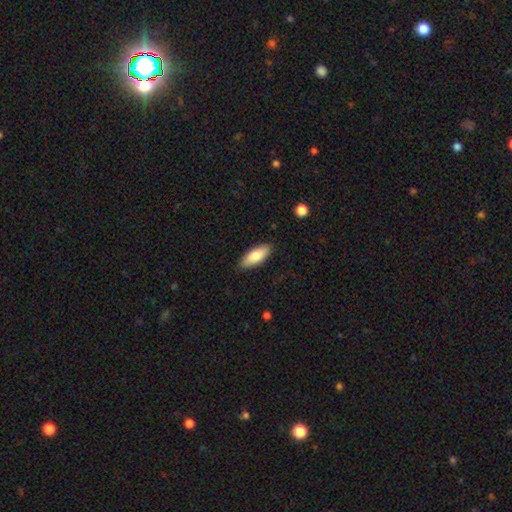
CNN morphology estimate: A smooth galaxy with no disk features (79%) that is in between round and cigar-shaped (76%). Merging: none (87%).